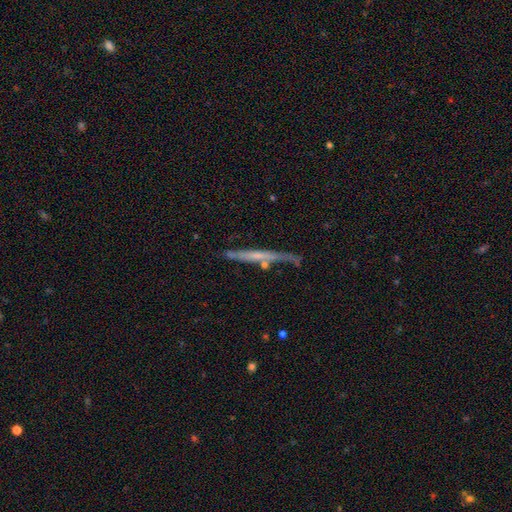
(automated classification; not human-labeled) A featured or disk galaxy (60%) viewed edge-on (91%) with no central bulge (72%).

Vote fractions:
- Smooth or featured? featured or disk: 60% / smooth: 33% / star or artifact: 7%
- Edge-on disk? yes: 91% / no: 9%
- Edge-on bulge? none: 72% / rounded: 21% / boxy: 7%
- Merging? none: 66% / minor disturbance: 20% / merger: 7% / major disturbance: 6%